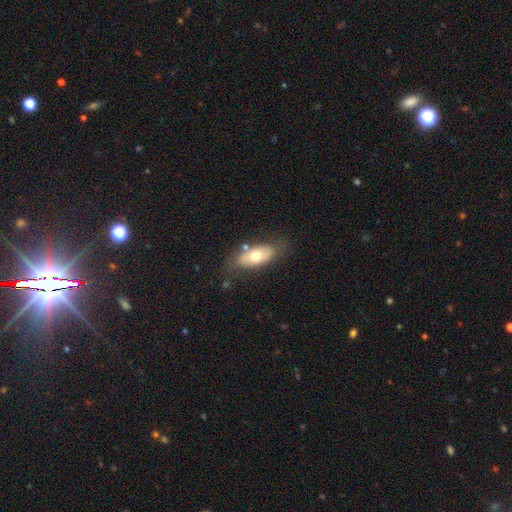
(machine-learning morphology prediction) Smooth or featured?
  - smooth: 62% *
  - featured or disk: 31%
  - star or artifact: 7%
How rounded?
  - in between: 86% *
  - cigar-shaped: 10%
  - round: 4%
Merging?
  - none: 71% *
  - minor disturbance: 18%
  - merger: 6%
  - major disturbance: 6%